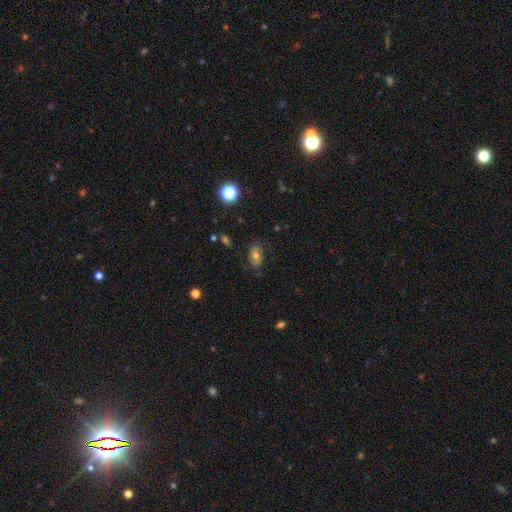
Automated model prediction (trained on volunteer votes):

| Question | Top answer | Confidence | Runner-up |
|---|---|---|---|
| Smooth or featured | smooth | 50% | featured or disk (36%) |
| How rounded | in between | 81% | round (17%) |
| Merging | none | 75% | minor disturbance (17%) |